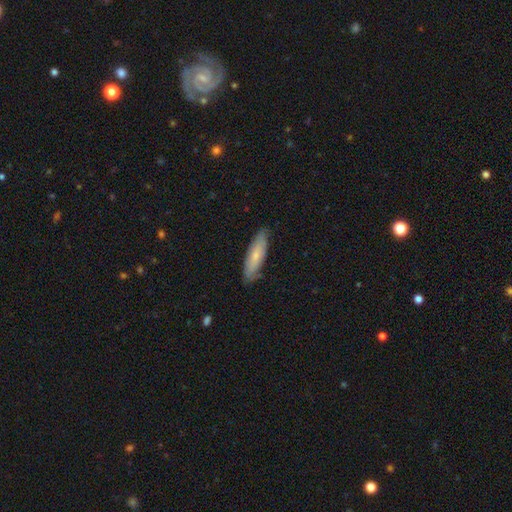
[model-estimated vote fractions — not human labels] A smooth galaxy with no disk features (63%) that is cigar-shaped (64%). Merging: none (82%).